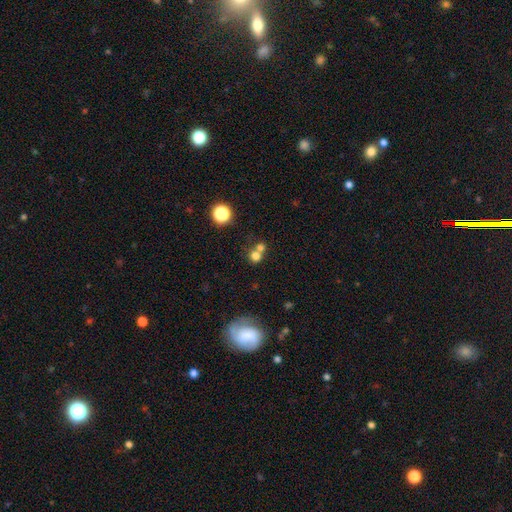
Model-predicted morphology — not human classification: smooth-or-featured: smooth: 73% | star or artifact: 16% | featured or disk: 11%
  how-rounded: round: 84% | in between: 15% | cigar-shaped: 1%
  merging: merger: 46% | none: 44% | minor disturbance: 6% | major disturbance: 4%